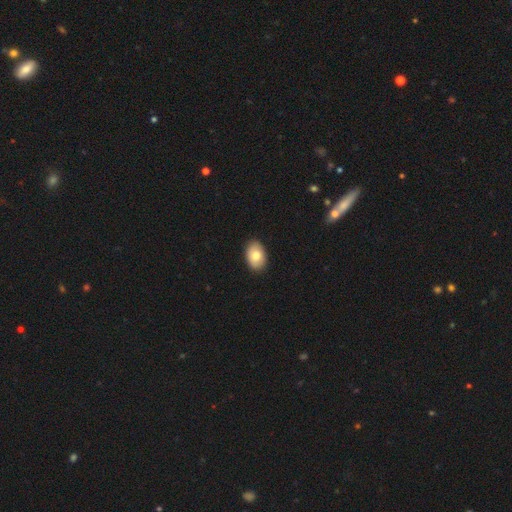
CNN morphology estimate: The model was most divided on "smooth or featured": smooth: 77%, featured or disk: 17%, star or artifact: 7%. More confident: merging — none (89%); how rounded — in between (86%).